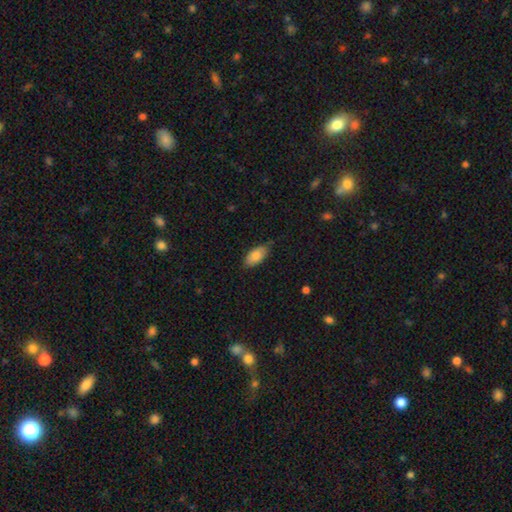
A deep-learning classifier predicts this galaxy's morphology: Overall: smooth (81%). How rounded: in between (92%). Merging: none (69%).